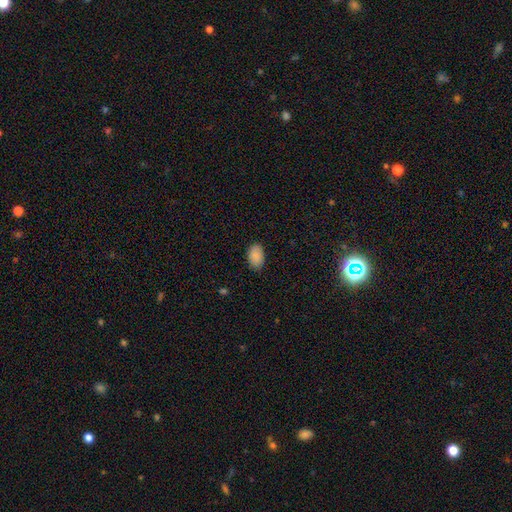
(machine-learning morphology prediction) This is clearly a smooth galaxy (89%). How rounded: clearly in between (91%). Merging: clearly none (82%).